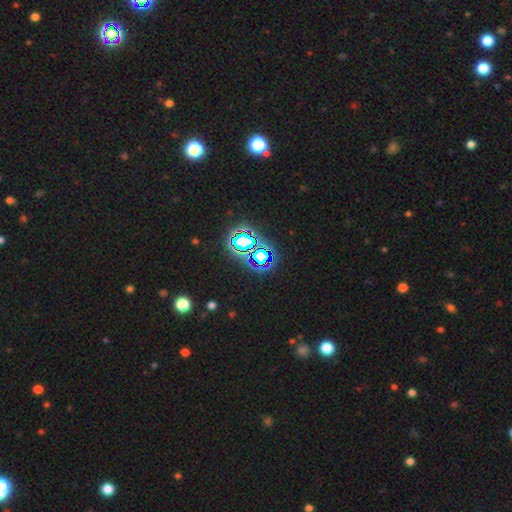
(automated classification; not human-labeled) Morphology: type=star or artifact (71%).